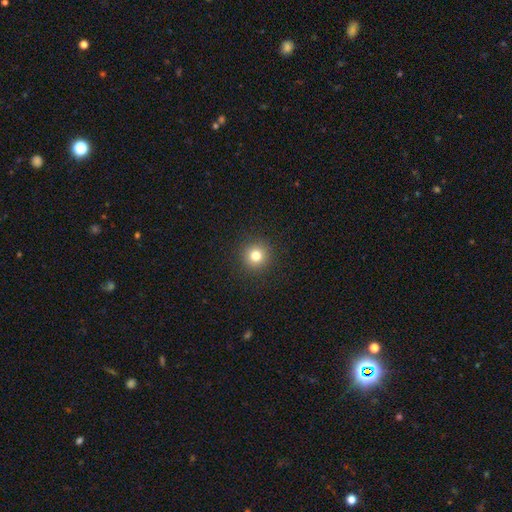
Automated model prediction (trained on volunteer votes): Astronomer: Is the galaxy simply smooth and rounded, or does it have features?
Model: smooth — 80%.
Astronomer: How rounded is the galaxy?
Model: round — 95%.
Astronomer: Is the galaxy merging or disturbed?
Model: none — 92%.